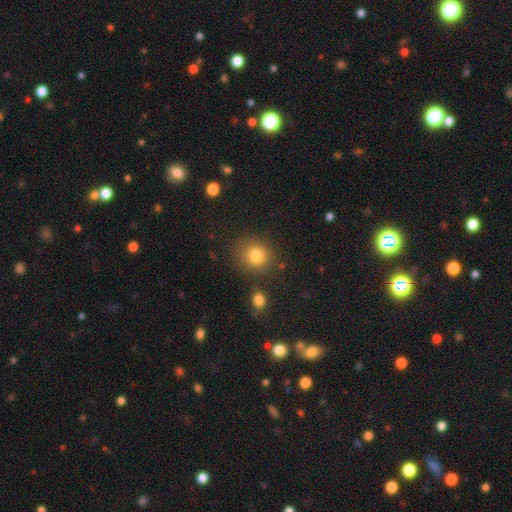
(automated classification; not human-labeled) Smooth or featured? Predicted: smooth (p=0.82). How rounded? Predicted: round (p=0.81). Merging? Predicted: none (p=0.81).